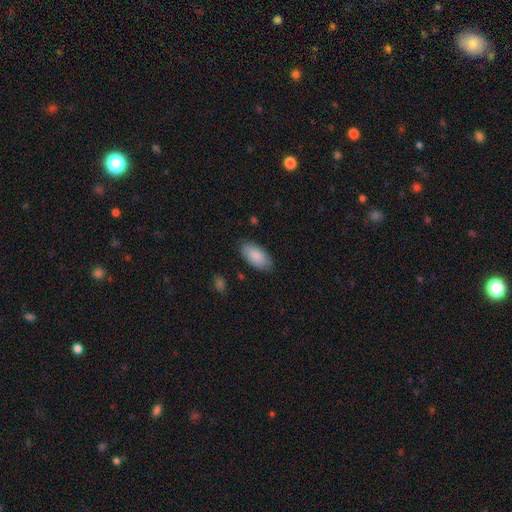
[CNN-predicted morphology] Smooth or featured? smooth (87%)
How rounded? in between (93%)
Merging? none (83%)